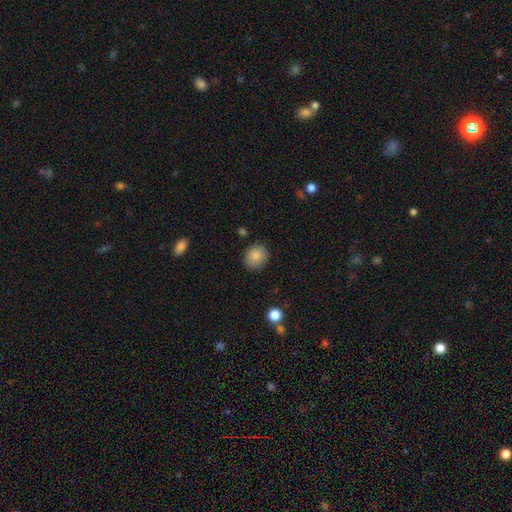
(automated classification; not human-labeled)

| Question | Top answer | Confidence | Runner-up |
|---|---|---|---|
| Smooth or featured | smooth | 87% | star or artifact (8%) |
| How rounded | round | 73% | in between (26%) |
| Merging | none | 84% | minor disturbance (11%) |